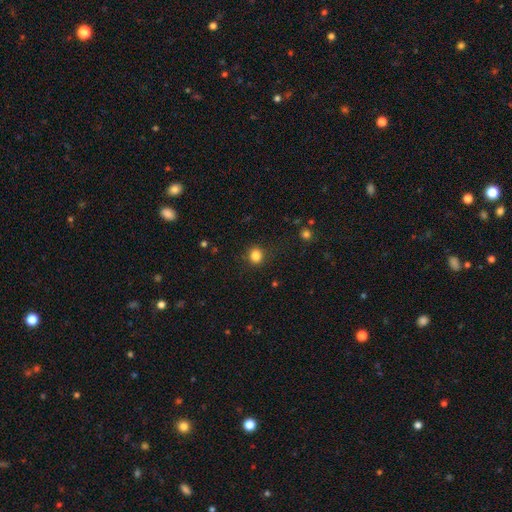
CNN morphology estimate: The model was most divided on "how rounded": round: 85%, in between: 14%, cigar-shaped: 1%. More confident: merging — none (86%); smooth or featured — smooth (84%).